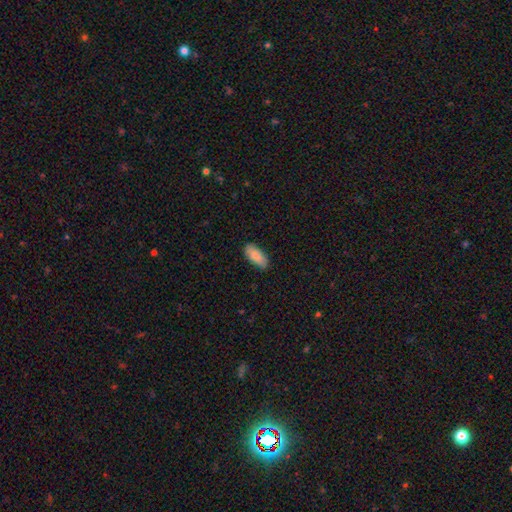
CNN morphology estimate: Smooth or featured: smooth — 88% (featured or disk — 6%)
How rounded: in between — 85% (cigar-shaped — 13%)
Merging: none — 85% (minor disturbance — 12%)